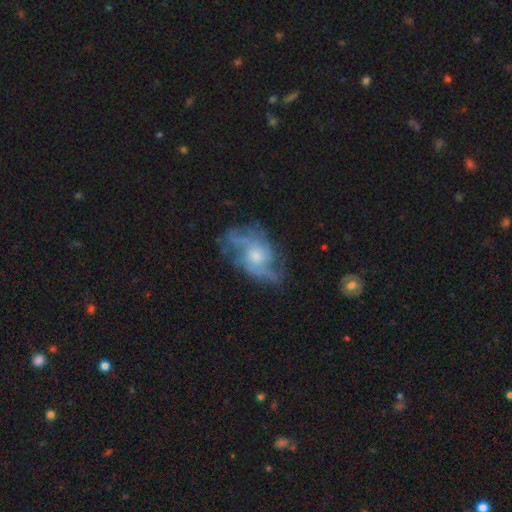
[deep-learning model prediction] Smooth or featured? featured or disk (73%)
Edge-on disk? no (94%)
Bar? no (78%)
Spiral arms? yes (74%)
Spiral winding? medium (40%)
Spiral arm count? 2 (35%)
Bulge size? moderate (45%)
Merging? none (53%)